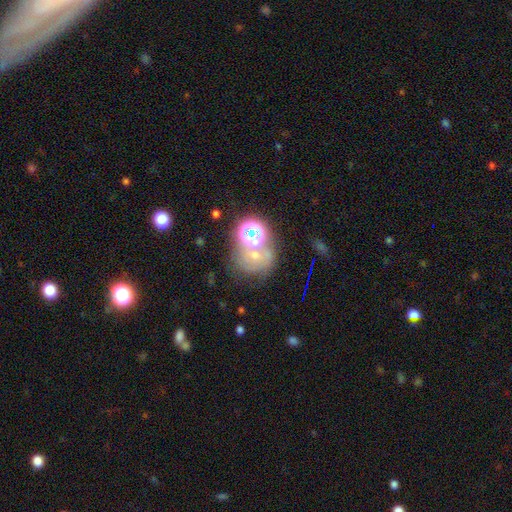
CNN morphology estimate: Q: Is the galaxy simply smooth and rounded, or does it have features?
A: star or artifact — 39%.